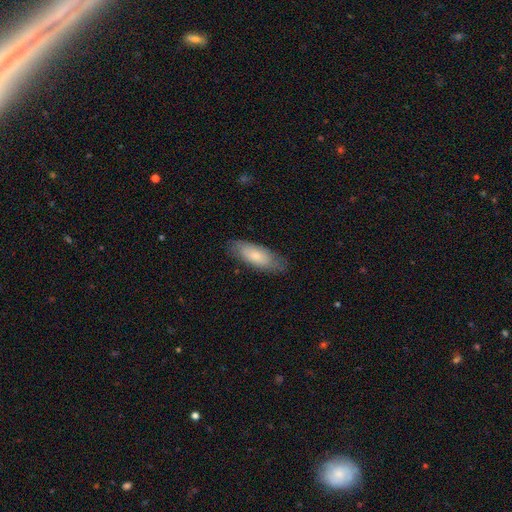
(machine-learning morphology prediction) Smooth or featured: smooth — 72% (featured or disk — 22%)
How rounded: in between — 74% (cigar-shaped — 24%)
Merging: none — 79% (minor disturbance — 16%)